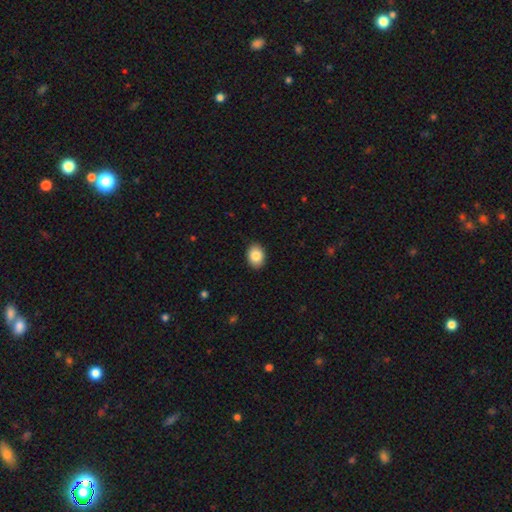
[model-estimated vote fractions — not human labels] The model was most divided on "how rounded": in between: 67%, round: 32%, cigar-shaped: 1%. More confident: merging — none (90%); smooth or featured — smooth (85%).